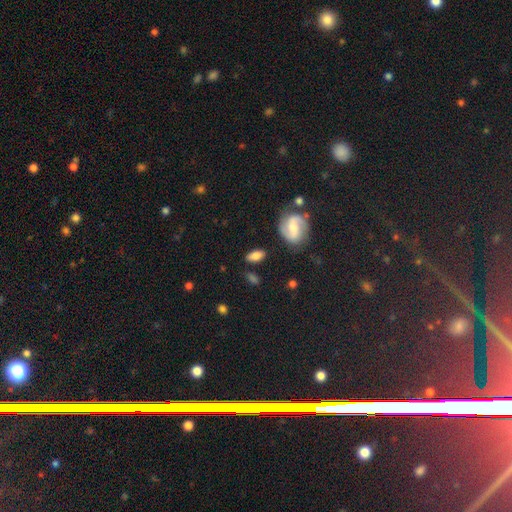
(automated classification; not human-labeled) A smooth galaxy with no disk features (73%) that is in between round and cigar-shaped (84%).

Vote fractions:
- Smooth or featured? smooth: 73% / featured or disk: 19% / star or artifact: 8%
- How rounded? in between: 84% / cigar-shaped: 11% / round: 6%
- Merging? none: 79% / minor disturbance: 13% / merger: 4% / major disturbance: 4%